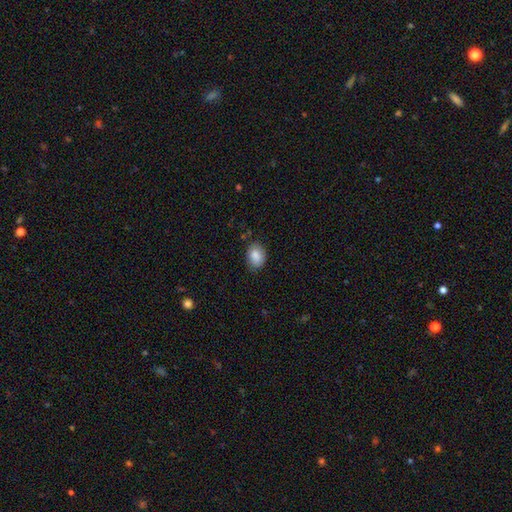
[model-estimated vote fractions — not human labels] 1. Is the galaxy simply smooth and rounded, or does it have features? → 86% smooth, 7% star or artifact, 6% featured or disk.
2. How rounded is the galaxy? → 71% in between, 28% round, 1% cigar-shaped.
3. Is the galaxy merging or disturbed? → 81% none, 15% minor disturbance, 3% major disturbance, 1% merger.